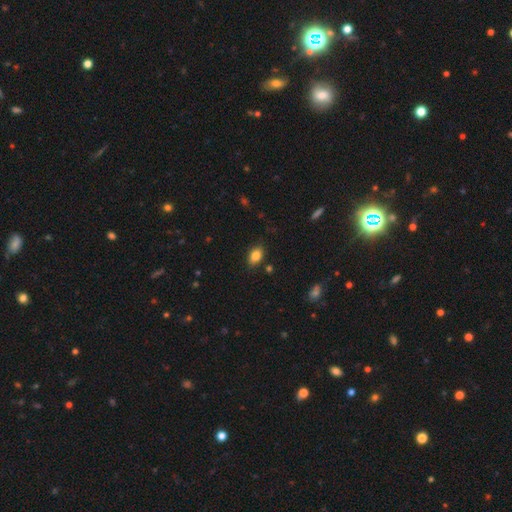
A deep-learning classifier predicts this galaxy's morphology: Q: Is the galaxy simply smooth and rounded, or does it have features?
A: smooth — 84%.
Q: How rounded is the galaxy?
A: in between — 86%.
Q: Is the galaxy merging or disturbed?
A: none — 85%.